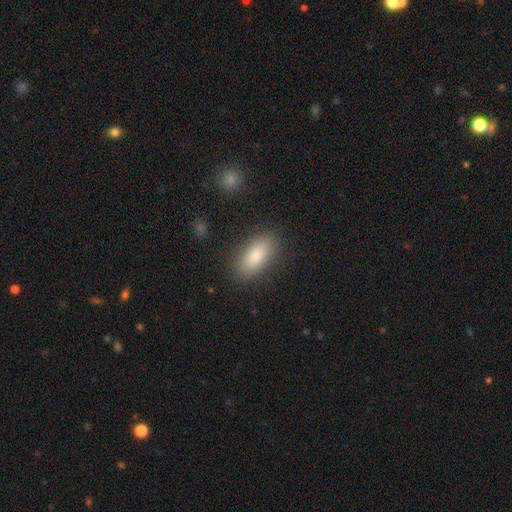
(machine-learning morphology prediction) type=smooth (84%); roundness=in between (89%); merging=none (85%).